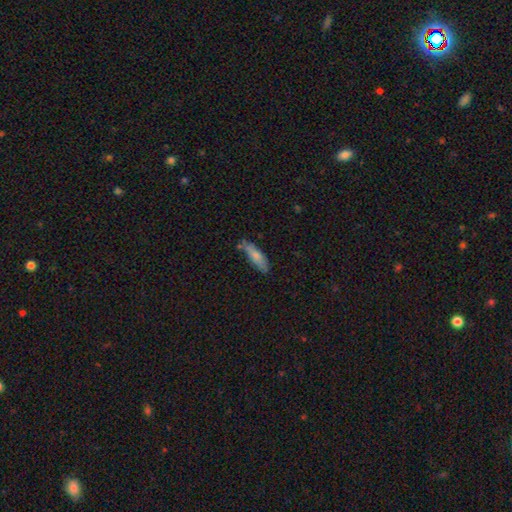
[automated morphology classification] Smooth or featured? smooth (77%)
How rounded? cigar-shaped (55%)
Merging? none (65%)